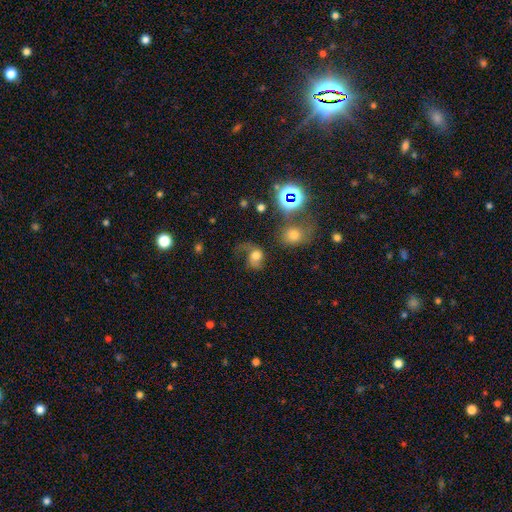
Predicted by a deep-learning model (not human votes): Smooth or featured?
  - smooth: 48% *
  - featured or disk: 37%
  - star or artifact: 15%
Merging?
  - major disturbance: 41% *
  - none: 32%
  - minor disturbance: 20%
  - merger: 8%